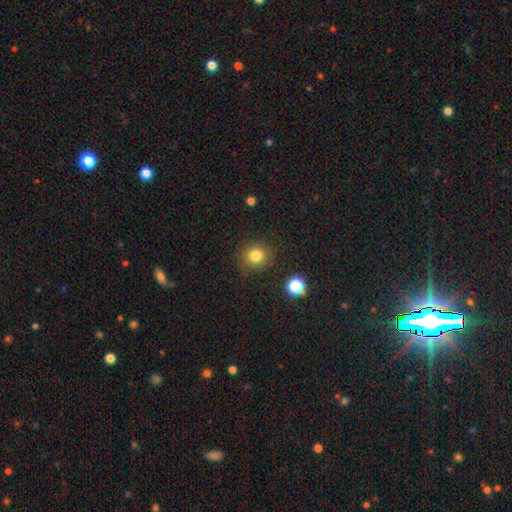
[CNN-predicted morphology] Smooth or featured? smooth (80%)
How rounded? round (87%)
Merging? none (86%)